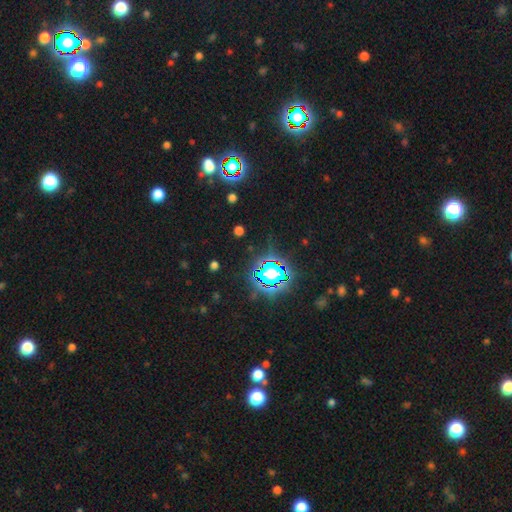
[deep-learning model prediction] smooth_or_featured: star or artifact (p=0.82) [alt: smooth p=0.11]